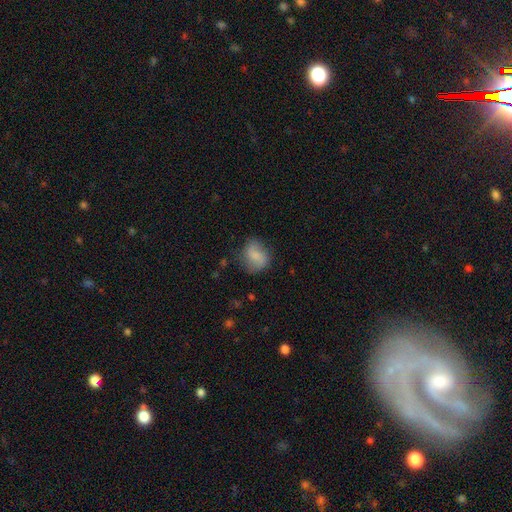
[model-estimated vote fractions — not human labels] A smooth galaxy with no disk features (65%) that is round (57%).

Vote fractions:
- Smooth or featured? smooth: 65% / featured or disk: 26% / star or artifact: 8%
- How rounded? round: 57% / in between: 42% / cigar-shaped: 1%
- Merging? none: 68% / minor disturbance: 23% / major disturbance: 8% / merger: 2%